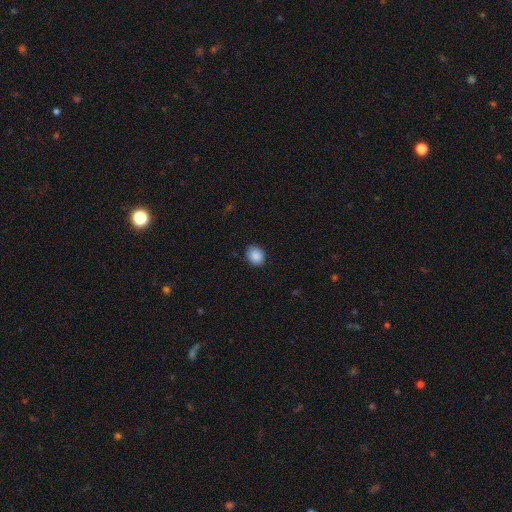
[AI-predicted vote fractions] A smooth galaxy with no disk features (88%) that is round (54%).

Vote fractions:
- Smooth or featured? smooth: 88% / star or artifact: 8% / featured or disk: 4%
- How rounded? round: 54% / in between: 46% / cigar-shaped: 1%
- Merging? none: 84% / minor disturbance: 12% / major disturbance: 2% / merger: 1%